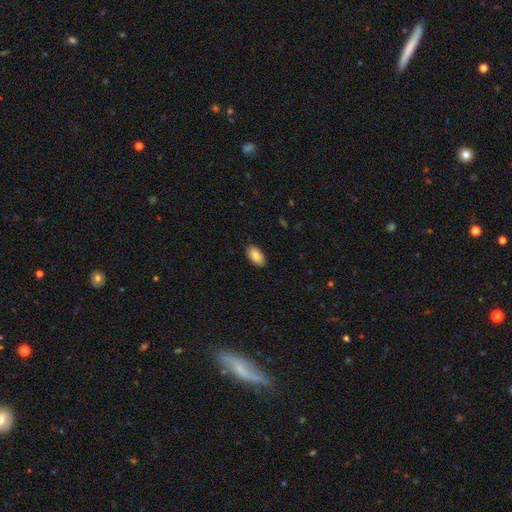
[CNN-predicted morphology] Smooth or featured? Predicted: smooth (p=0.87). How rounded? Predicted: in between (p=0.95). Merging? Predicted: none (p=0.88).